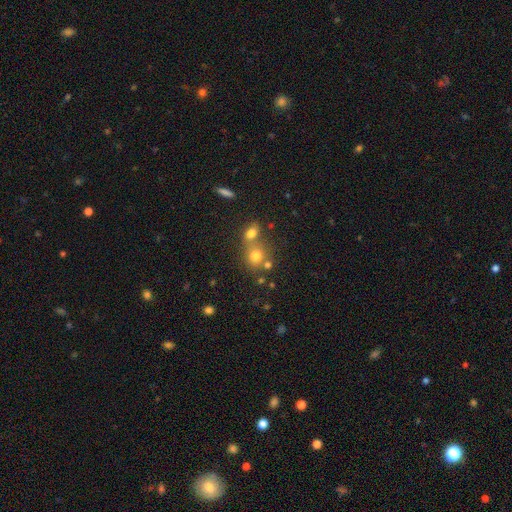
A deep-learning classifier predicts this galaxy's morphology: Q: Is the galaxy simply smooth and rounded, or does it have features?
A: smooth — 71%.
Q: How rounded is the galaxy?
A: round — 79%.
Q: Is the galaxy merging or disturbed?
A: none — 46%.